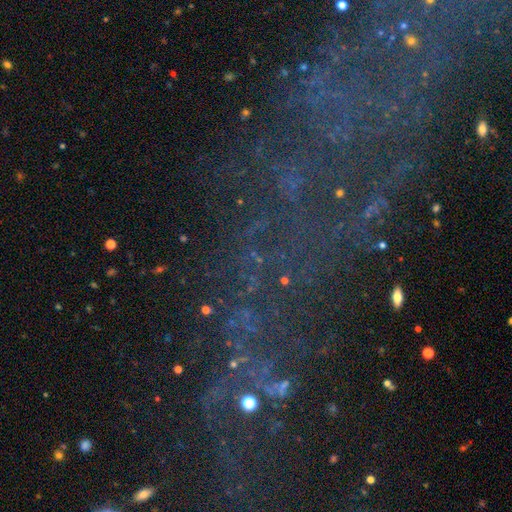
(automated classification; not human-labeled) Overall: star or artifact (62%; featured or disk 24%).